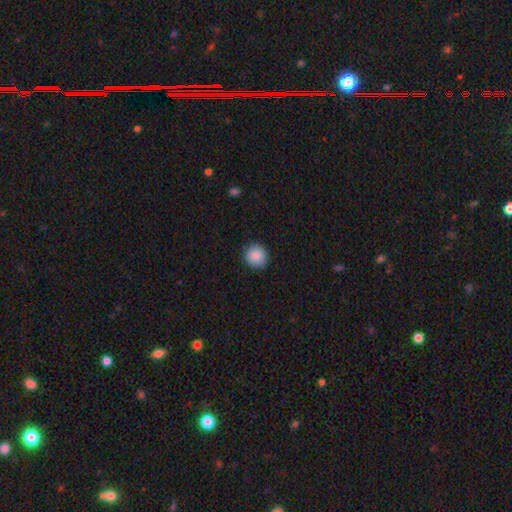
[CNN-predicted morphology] Overall: smooth (88%). How rounded: round (91%). Merging: none (90%).